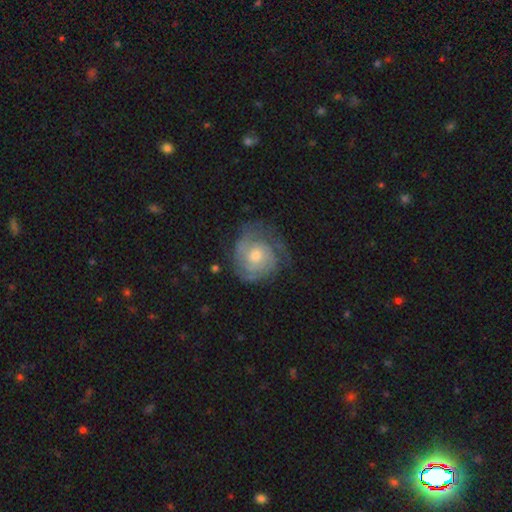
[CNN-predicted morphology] Smooth or featured? Predicted: featured or disk (p=0.75). Edge-on disk? Predicted: no (p=0.97). Bar? Predicted: no (p=0.74). Spiral arms? Predicted: yes (p=0.91). Spiral winding? Predicted: tight (p=0.67). Spiral arm count? Predicted: can't tell (p=0.40). Bulge size? Predicted: moderate (p=0.63). Merging? Predicted: none (p=0.65).